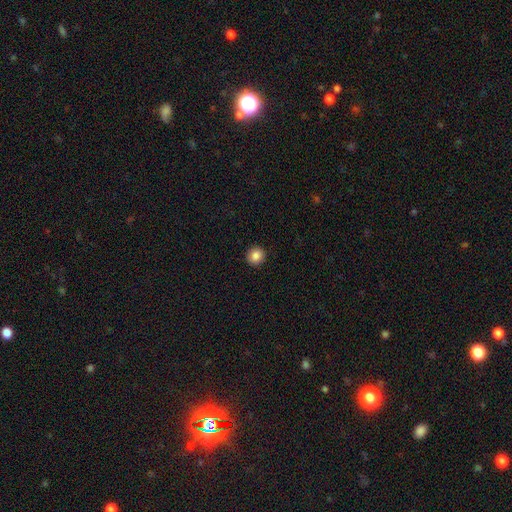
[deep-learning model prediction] Smooth or featured? Predicted: smooth (p=0.87). How rounded? Predicted: round (p=0.91). Merging? Predicted: none (p=0.93).